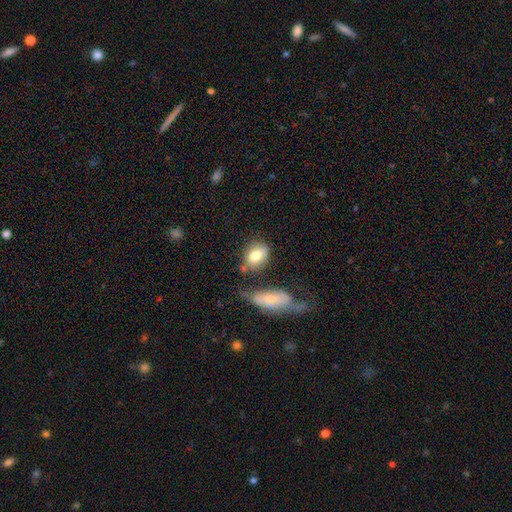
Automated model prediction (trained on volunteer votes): Overall: smooth (77%). How rounded: in between (63%; round 34%). Merging: none (58%).